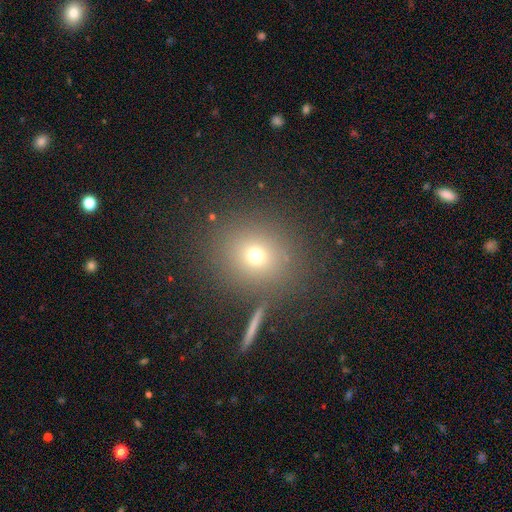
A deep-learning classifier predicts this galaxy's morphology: A smooth galaxy with no disk features (68%) that is round (82%). Merging: none (83%).